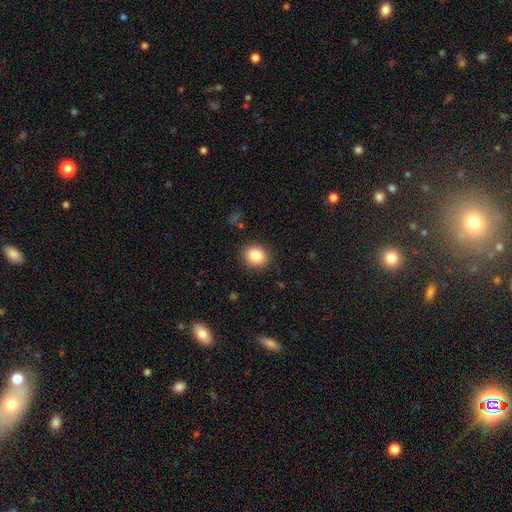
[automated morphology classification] Smooth or featured: smooth — 85% (star or artifact — 9%)
How rounded: round — 70% (in between — 29%)
Merging: none — 88% (minor disturbance — 8%)